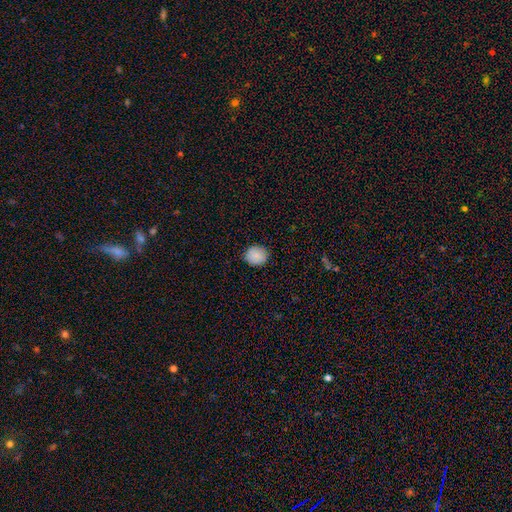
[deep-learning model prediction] Smooth or featured? Predicted: smooth (p=0.87). How rounded? Predicted: round (p=0.77). Merging? Predicted: none (p=0.88).